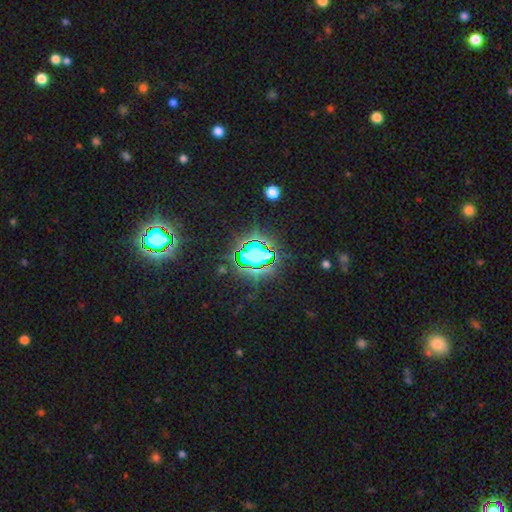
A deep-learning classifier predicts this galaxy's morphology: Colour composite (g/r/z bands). It shows a star or artifact, not a galaxy (75%).